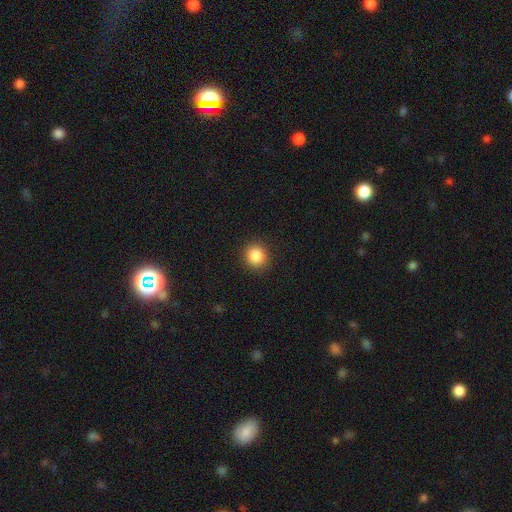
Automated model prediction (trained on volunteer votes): Smooth or featured? Predicted: smooth (p=0.87). How rounded? Predicted: round (p=0.90). Merging? Predicted: none (p=0.91).